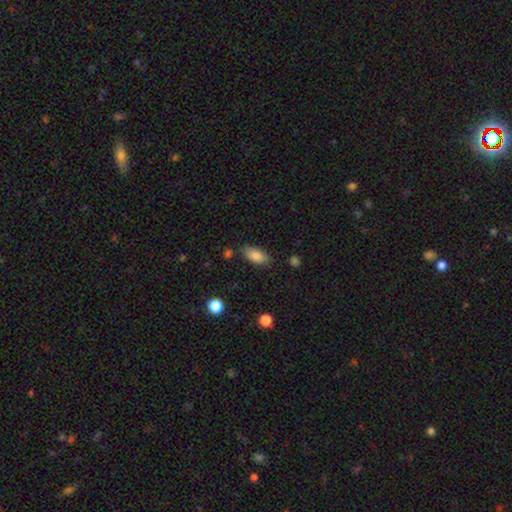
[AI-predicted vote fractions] This is clearly a smooth galaxy (84%). How rounded: clearly in between (87%). Merging: clearly none (81%).